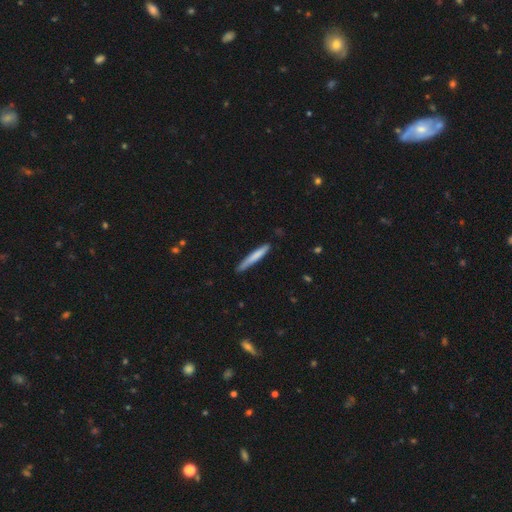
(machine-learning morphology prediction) smooth 75%, featured or disk 20%, star or artifact 5%. Down the decision tree: how rounded — cigar-shaped (95%); merging — none (81%).